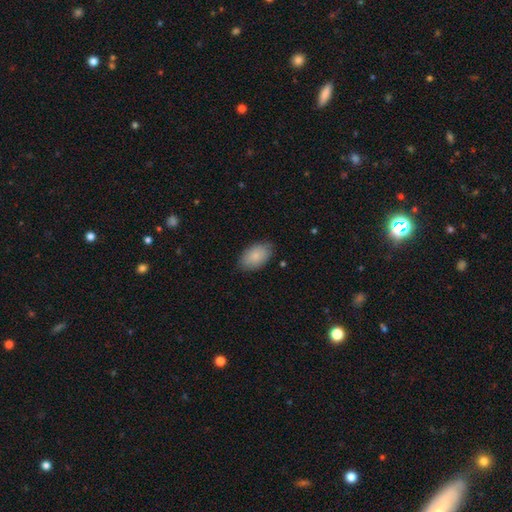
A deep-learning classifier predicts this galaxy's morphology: Smooth or featured? smooth (86%)
How rounded? in between (93%)
Merging? none (82%)